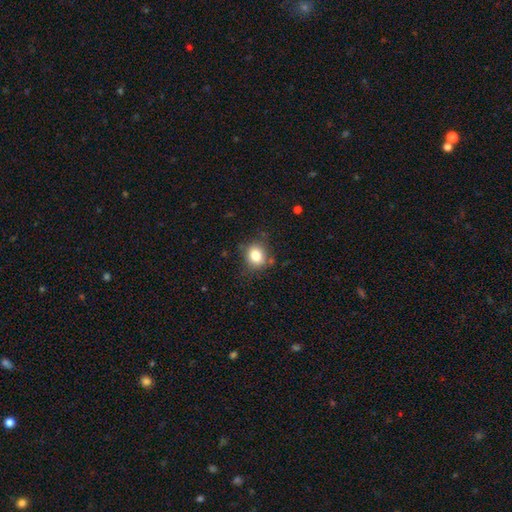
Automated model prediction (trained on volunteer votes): A smooth galaxy with no disk features (80%) that is round (68%).

Vote fractions:
- Smooth or featured? smooth: 80% / star or artifact: 12% / featured or disk: 8%
- How rounded? round: 68% / in between: 31% / cigar-shaped: 1%
- Merging? none: 79% / minor disturbance: 14% / major disturbance: 4% / merger: 3%